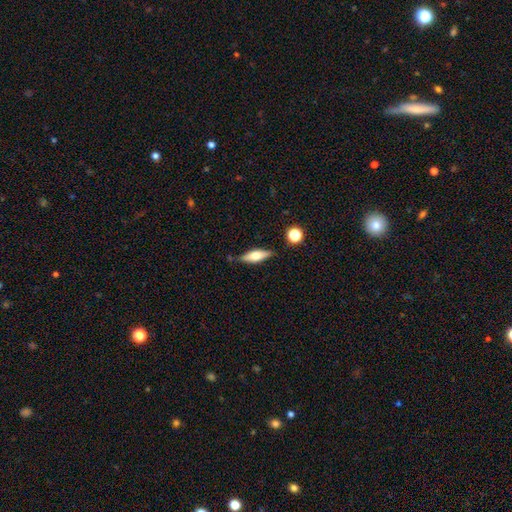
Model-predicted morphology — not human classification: A smooth galaxy with no disk features (54%) that is in between round and cigar-shaped (55%). Merging: none (79%).